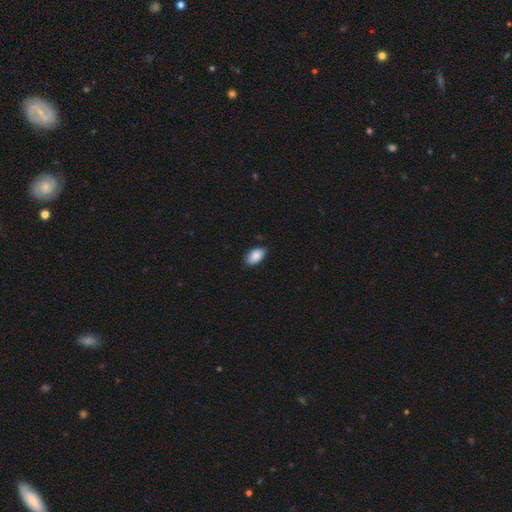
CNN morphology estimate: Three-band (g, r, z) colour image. It shows a smooth galaxy with no disk features (87%) that is in between round and cigar-shaped (93%). Merging: none (82%).